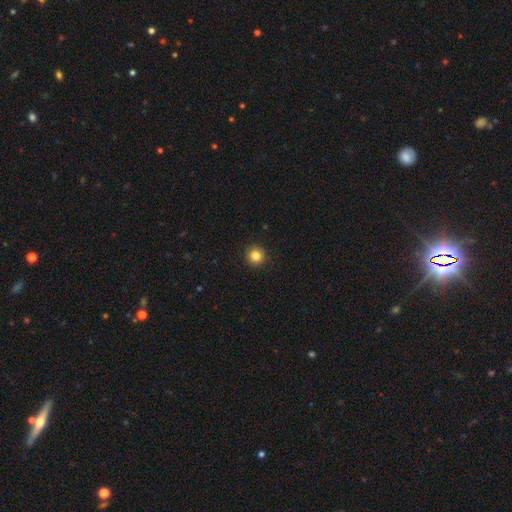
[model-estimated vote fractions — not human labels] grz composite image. It shows a smooth galaxy with no disk features (85%) that is round (95%). Merging: none (93%).